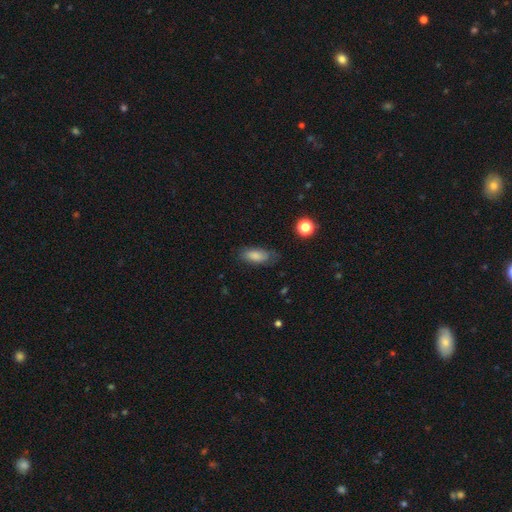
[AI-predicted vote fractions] Morphology: type=smooth (79%); roundness=in between (84%); merging=none (64%).